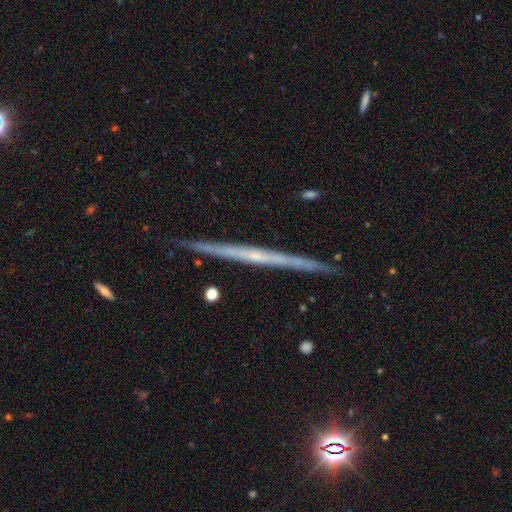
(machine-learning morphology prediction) Smooth or featured: featured or disk — 72% (smooth — 22%)
Edge-on disk: yes — 98% (no — 2%)
Edge-on bulge: none — 73% (rounded — 22%)
Merging: none — 90% (minor disturbance — 7%)